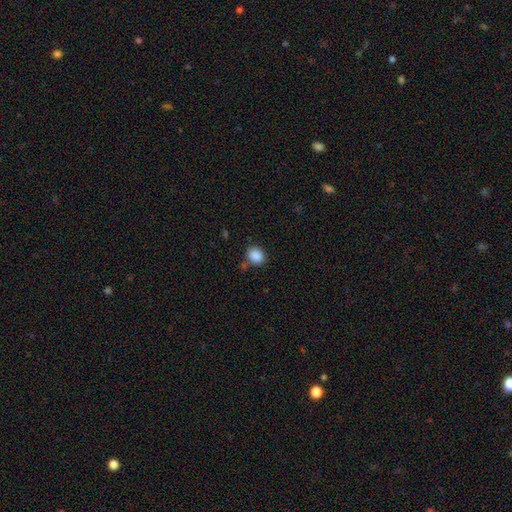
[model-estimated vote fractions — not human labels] This is clearly a smooth galaxy (88%). How rounded: likely round (63%). Merging: likely none (77%).